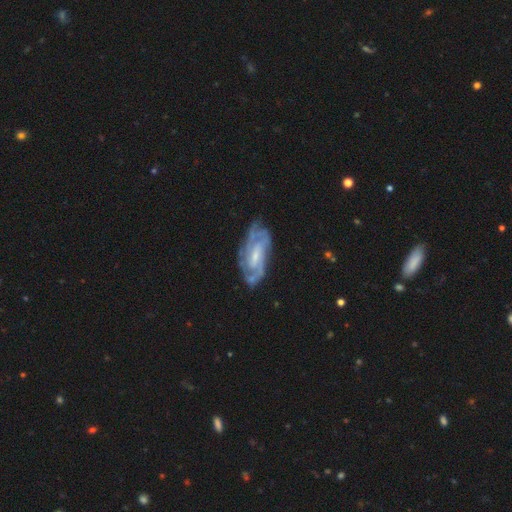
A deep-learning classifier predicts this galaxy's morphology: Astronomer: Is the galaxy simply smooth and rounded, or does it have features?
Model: featured or disk — 84%.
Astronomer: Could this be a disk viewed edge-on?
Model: no — 94%.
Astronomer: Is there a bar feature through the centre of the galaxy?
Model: weak — 48% (runner-up: no, 34%).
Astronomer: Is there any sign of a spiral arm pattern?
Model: yes — 94%.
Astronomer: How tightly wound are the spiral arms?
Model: tight — 50% (runner-up: medium, 40%).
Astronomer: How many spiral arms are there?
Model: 2 — 34% (runner-up: can't tell, 27%).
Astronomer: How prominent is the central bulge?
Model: small — 56%.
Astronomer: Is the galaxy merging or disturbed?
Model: none — 70%.